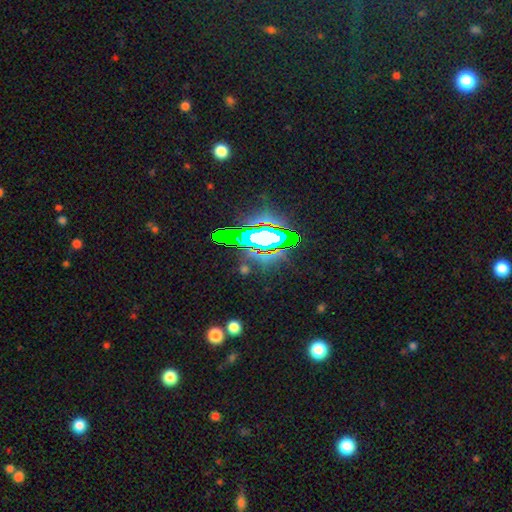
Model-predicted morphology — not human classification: Smooth or featured? star or artifact (76%)